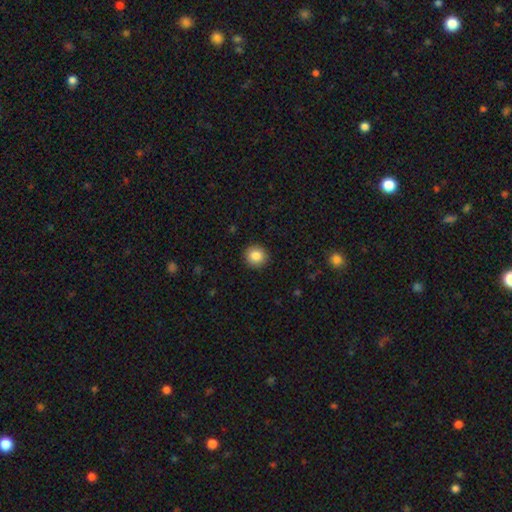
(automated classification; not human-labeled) smooth_or_featured: smooth (p=0.85) [alt: star or artifact p=0.09]
how_rounded: round (p=0.92) [alt: in between p=0.07]
merging: none (p=0.92) [alt: minor disturbance p=0.05]